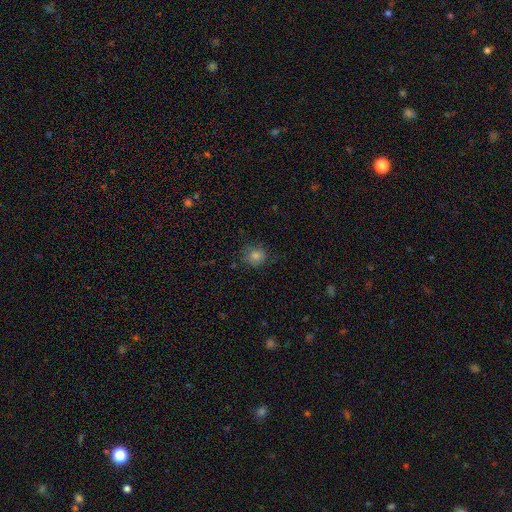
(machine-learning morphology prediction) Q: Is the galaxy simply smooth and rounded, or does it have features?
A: smooth — 77%.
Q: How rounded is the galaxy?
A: round — 83%.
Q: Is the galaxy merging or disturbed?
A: none — 76%.